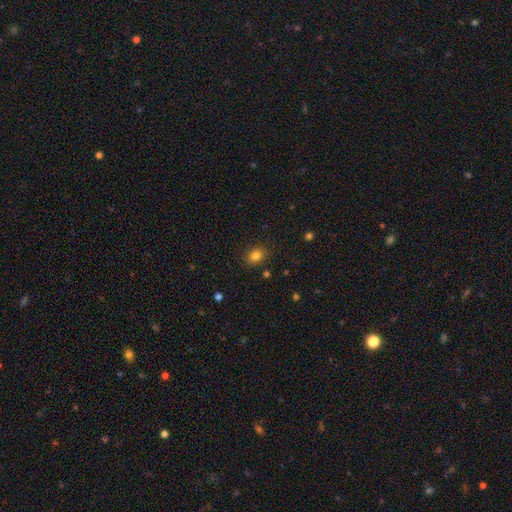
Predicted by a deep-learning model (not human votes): smooth-or-featured: smooth: 82% | star or artifact: 12% | featured or disk: 6%
  how-rounded: in between: 50% | round: 49% | cigar-shaped: 1%
  merging: none: 85% | minor disturbance: 10% | major disturbance: 3% | merger: 2%